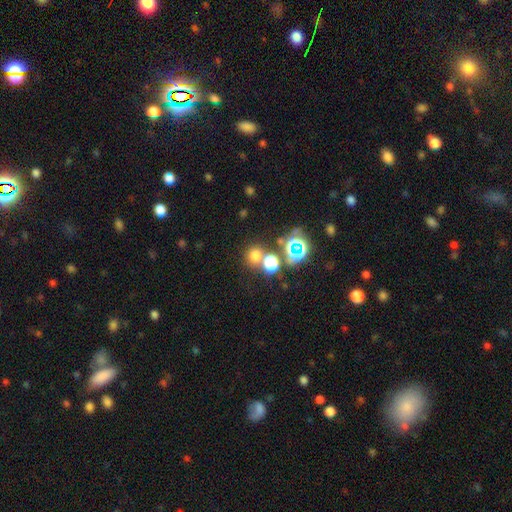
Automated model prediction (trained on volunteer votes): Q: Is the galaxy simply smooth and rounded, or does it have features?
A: smooth — 64%.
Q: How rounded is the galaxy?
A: round — 88%.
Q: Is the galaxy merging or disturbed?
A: none — 67%.